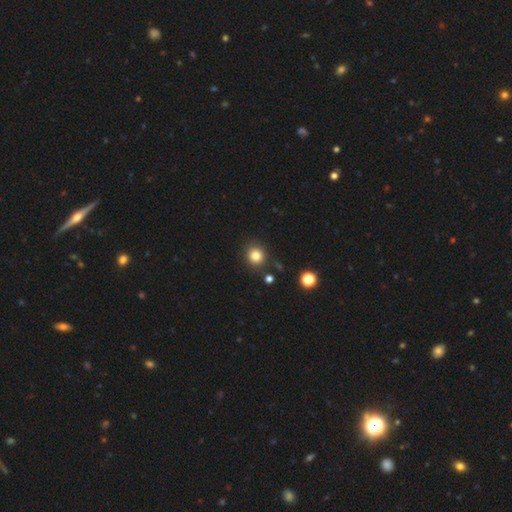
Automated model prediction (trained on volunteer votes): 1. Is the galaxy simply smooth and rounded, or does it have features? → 82% smooth, 12% star or artifact, 5% featured or disk.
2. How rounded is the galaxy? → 86% round, 13% in between, 1% cigar-shaped.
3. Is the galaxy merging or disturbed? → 87% none, 8% minor disturbance, 3% merger, 2% major disturbance.